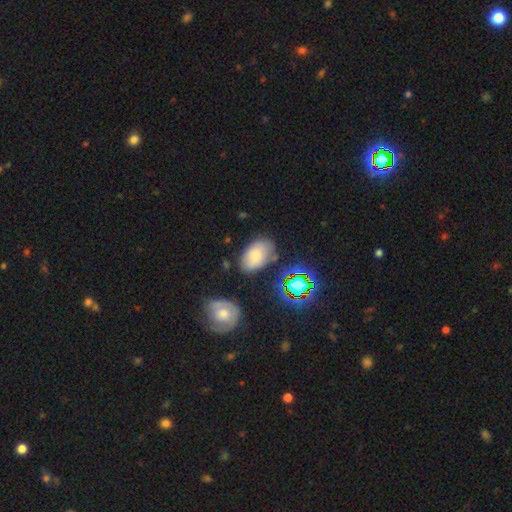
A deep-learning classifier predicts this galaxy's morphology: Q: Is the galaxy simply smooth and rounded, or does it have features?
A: smooth — 72%.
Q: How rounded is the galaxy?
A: in between — 90%.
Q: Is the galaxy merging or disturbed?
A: none — 70%.